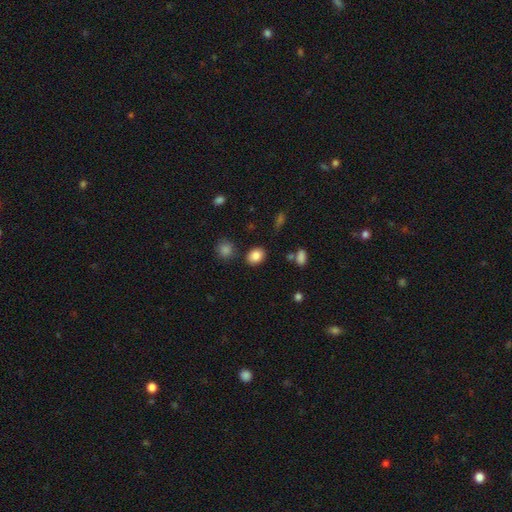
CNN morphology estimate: Q: Smooth or featured?
A: smooth (85%); runner-up: star or artifact (10%)
Q: How rounded?
A: in between (58%); runner-up: round (41%)
Q: Merging?
A: none (83%); runner-up: minor disturbance (10%)